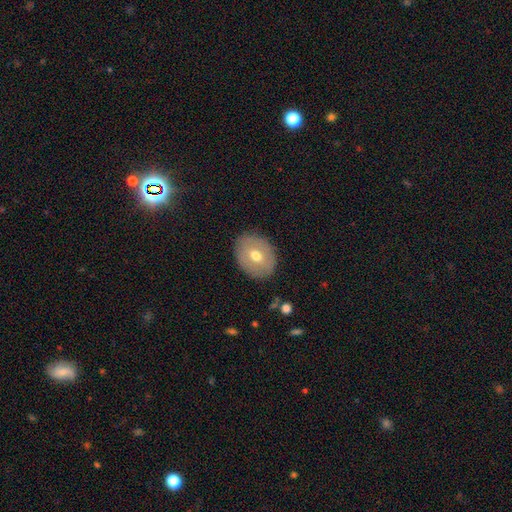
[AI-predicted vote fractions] Morphology: type=smooth (57%); roundness=in between (55%); merging=none (87%).